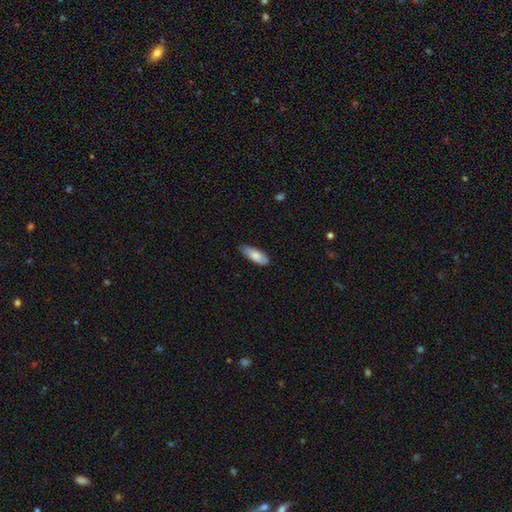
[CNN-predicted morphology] type=smooth (81%); roundness=in between (74%); merging=none (80%).